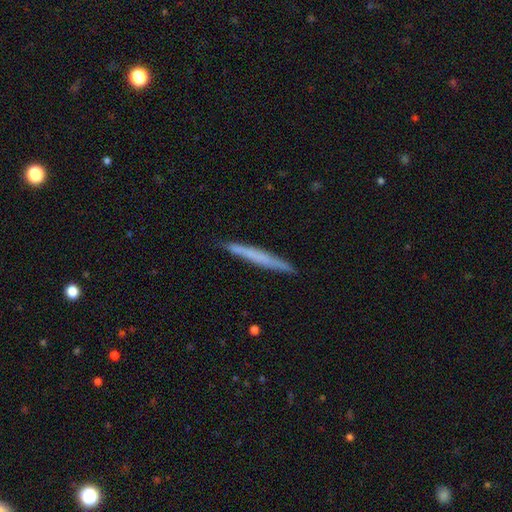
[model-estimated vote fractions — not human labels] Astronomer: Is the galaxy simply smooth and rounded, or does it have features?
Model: smooth — 55% (runner-up: featured or disk, 38%).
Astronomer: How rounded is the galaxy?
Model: cigar-shaped — 97%.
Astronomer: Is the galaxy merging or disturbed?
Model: none — 89%.